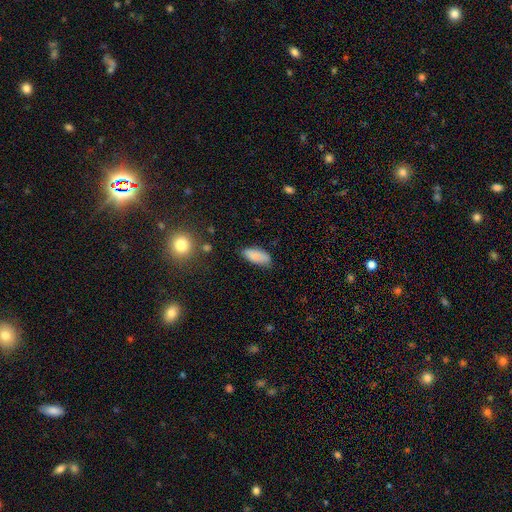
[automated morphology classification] type=smooth (87%); roundness=in between (84%); merging=none (75%).